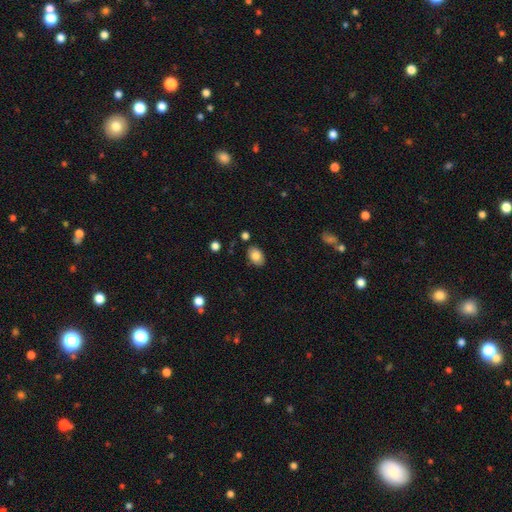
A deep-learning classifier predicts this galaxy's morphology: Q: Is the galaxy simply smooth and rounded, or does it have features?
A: smooth — 81%.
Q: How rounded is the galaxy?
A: in between — 82%.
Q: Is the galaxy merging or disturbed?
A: none — 83%.